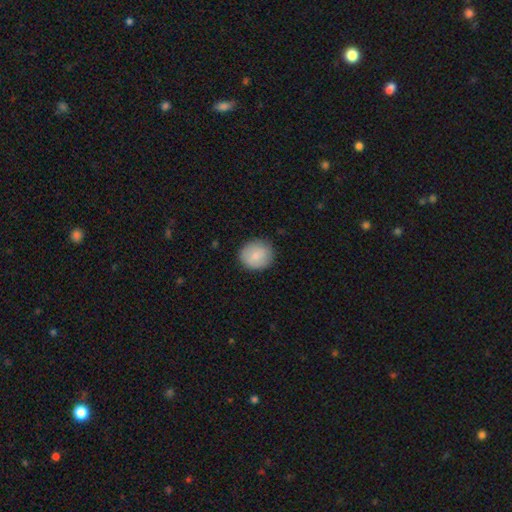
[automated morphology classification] Q: Smooth or featured?
A: smooth (80%); runner-up: featured or disk (13%)
Q: How rounded?
A: round (82%); runner-up: in between (17%)
Q: Merging?
A: none (86%); runner-up: minor disturbance (11%)